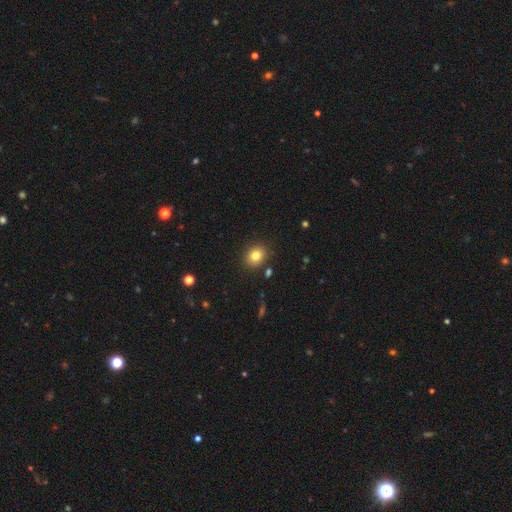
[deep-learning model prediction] Smooth or featured? smooth (81%)
How rounded? round (64%)
Merging? none (86%)